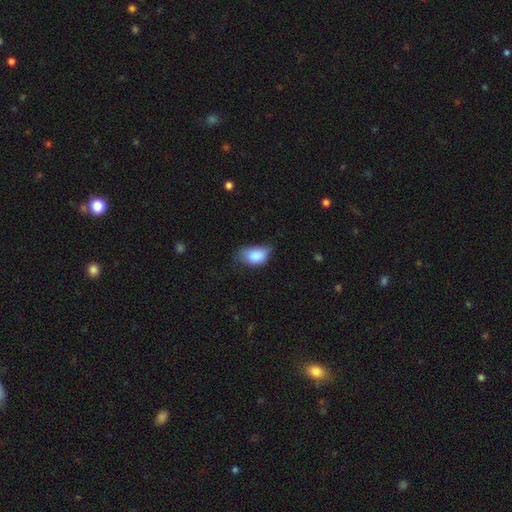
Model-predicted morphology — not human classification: Smooth or featured?
  - smooth: 85% *
  - star or artifact: 8%
  - featured or disk: 7%
How rounded?
  - in between: 87% *
  - round: 12%
  - cigar-shaped: 1%
Merging?
  - minor disturbance: 45% *
  - none: 39%
  - major disturbance: 14%
  - merger: 2%